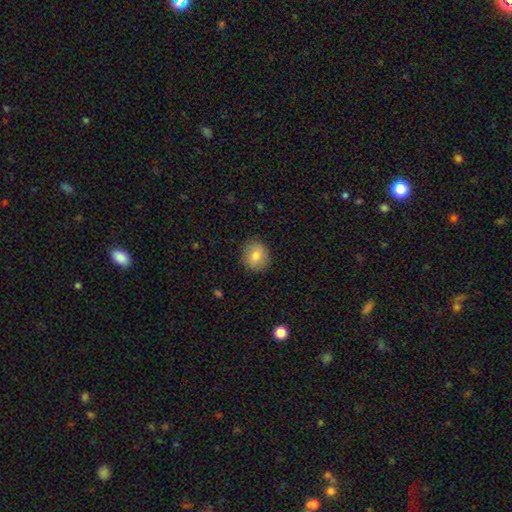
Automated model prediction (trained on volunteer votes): A smooth galaxy with no disk features (78%) that is round (76%). Merging: none (87%).